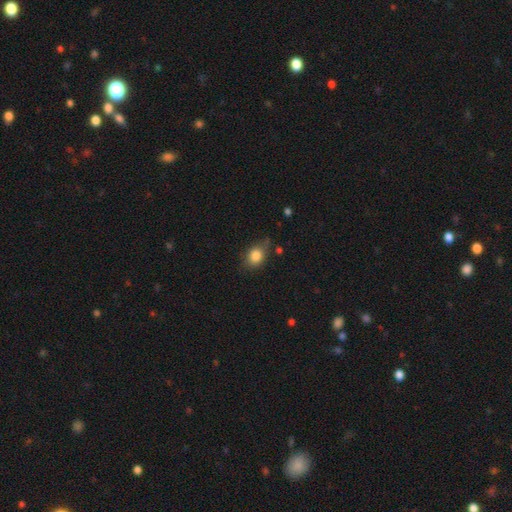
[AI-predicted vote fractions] Smooth or featured? Predicted: smooth (p=0.83). How rounded? Predicted: in between (p=0.60). Merging? Predicted: none (p=0.64).